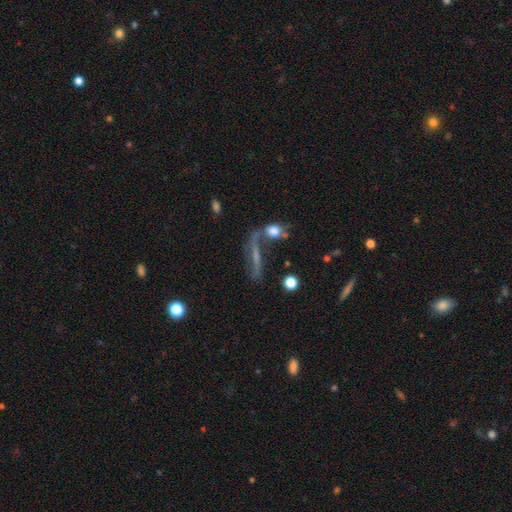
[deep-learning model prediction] A featured or disk galaxy (58%). Merging: none (43%).